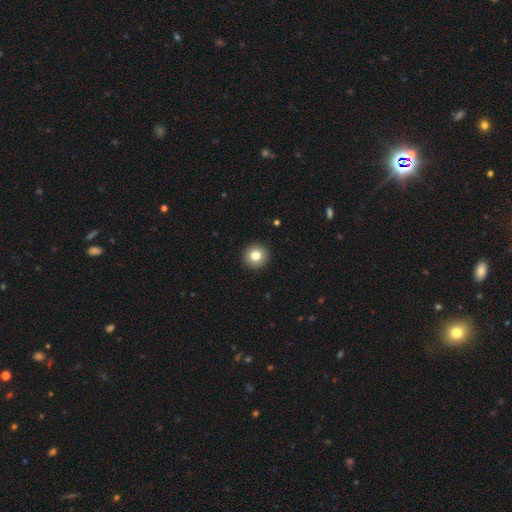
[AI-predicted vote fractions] smooth_or_featured: smooth (p=0.81) [alt: star or artifact p=0.10]
how_rounded: round (p=0.95) [alt: in between p=0.04]
merging: none (p=0.93) [alt: minor disturbance p=0.04]